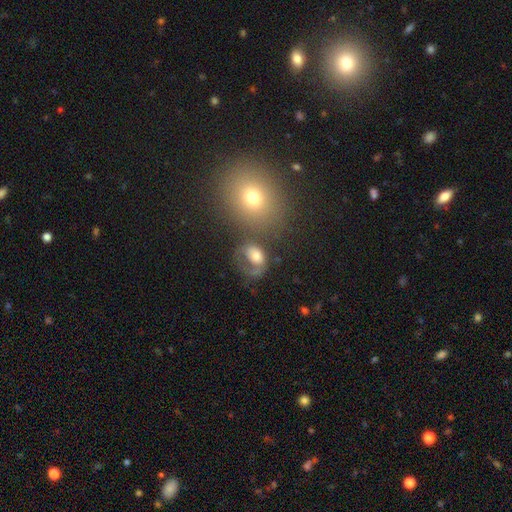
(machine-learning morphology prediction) A smooth galaxy with no disk features (59%) that is in between round and cigar-shaped (62%). Merging: major disturbance (31%, tied with none).